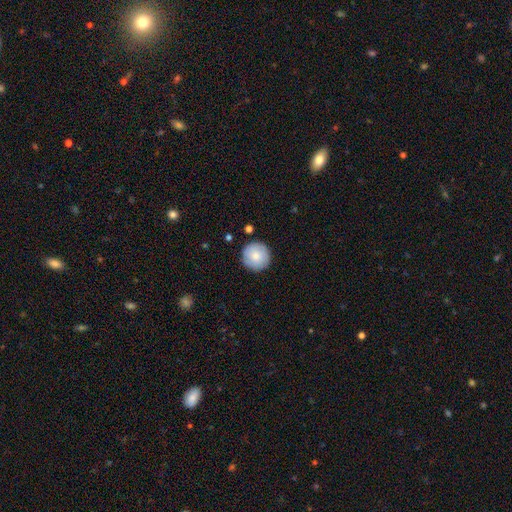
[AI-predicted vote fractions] Overall: smooth (78%). How rounded: round (96%). Merging: none (87%).